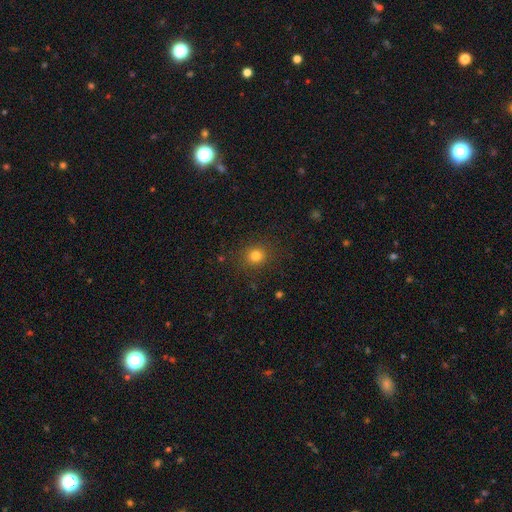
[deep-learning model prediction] smooth 80%, star or artifact 14%, featured or disk 6%. Down the decision tree: how rounded — round (87%); merging — none (88%).